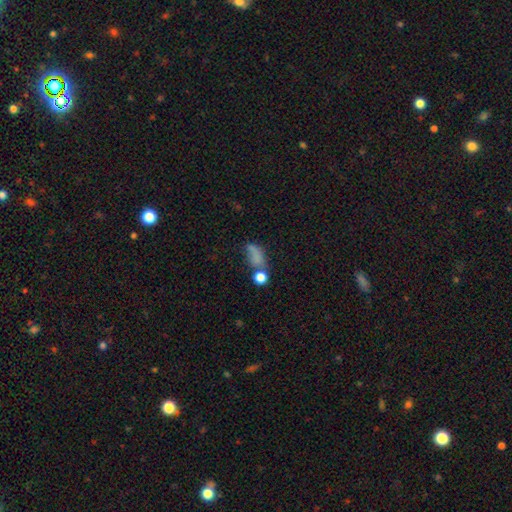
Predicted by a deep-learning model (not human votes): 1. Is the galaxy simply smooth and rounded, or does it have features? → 69% smooth, 17% star or artifact, 14% featured or disk.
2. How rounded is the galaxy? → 73% in between, 17% round, 10% cigar-shaped.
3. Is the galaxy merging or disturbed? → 34% none, 24% merger, 22% major disturbance, 20% minor disturbance.